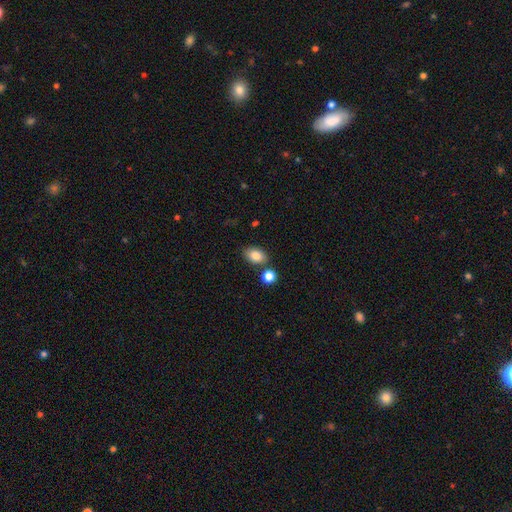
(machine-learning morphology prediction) Overall: smooth (84%). How rounded: in between (84%). Merging: none (76%).